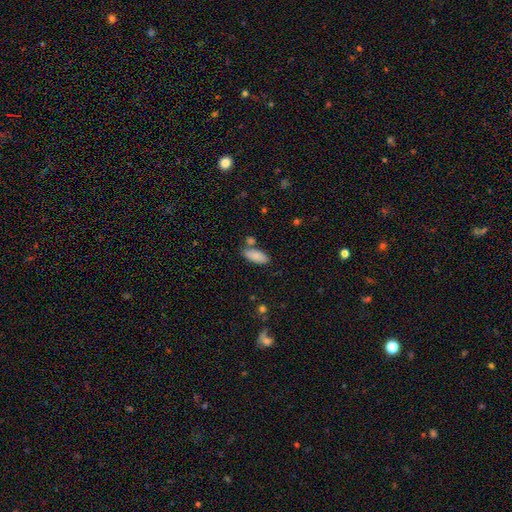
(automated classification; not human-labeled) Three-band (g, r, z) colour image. It shows a smooth galaxy with no disk features (87%) that is in between round and cigar-shaped (83%). Merging: none (72%).